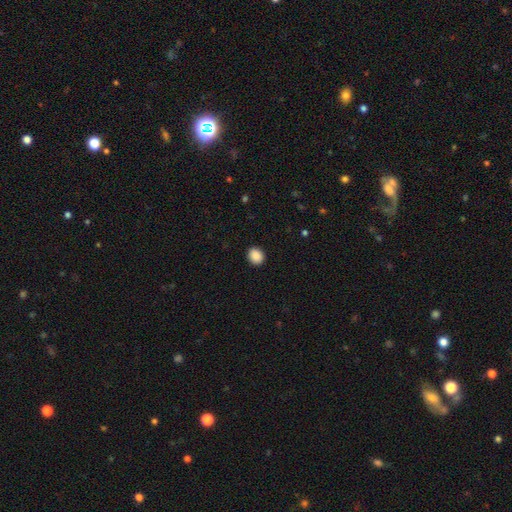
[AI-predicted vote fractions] This appears to be a smooth galaxy with no disk features (89%) that is round (66%). Merging: none (91%).